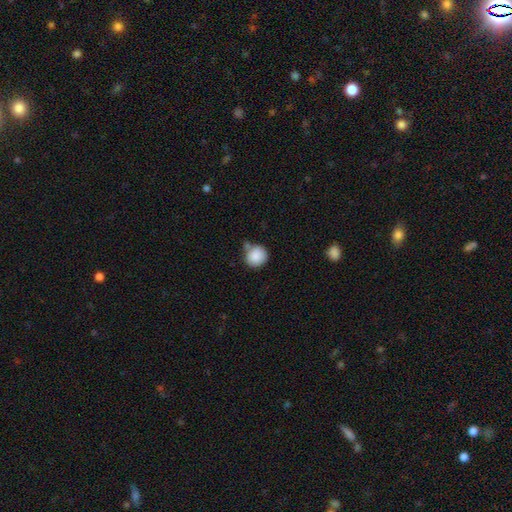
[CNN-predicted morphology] Smooth or featured? smooth (88%)
How rounded? round (88%)
Merging? none (63%)